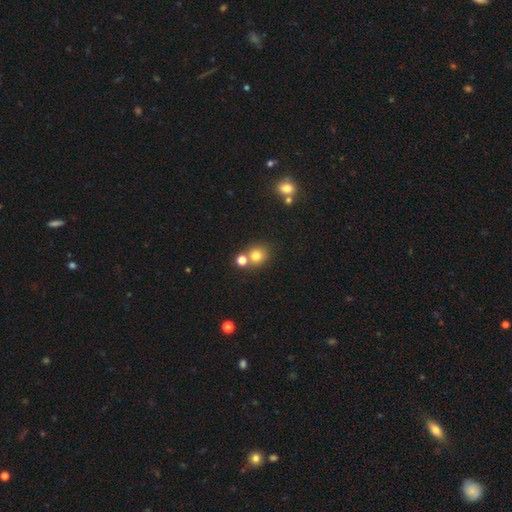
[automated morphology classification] smooth-or-featured: smooth: 77% | star or artifact: 15% | featured or disk: 8%
  how-rounded: round: 85% | in between: 14% | cigar-shaped: 1%
  merging: none: 63% | merger: 26% | minor disturbance: 8% | major disturbance: 3%